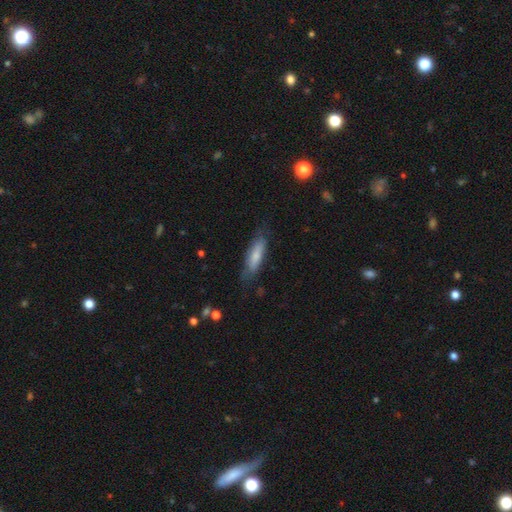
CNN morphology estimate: Overall: smooth (70%). How rounded: cigar-shaped (54%; in between 45%). Merging: none (71%).